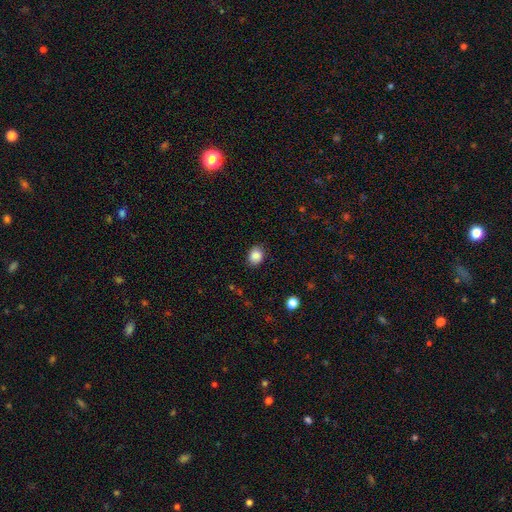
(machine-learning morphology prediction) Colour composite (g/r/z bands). It shows a smooth galaxy with no disk features (87%) that is in between round and cigar-shaped (54%). Merging: none (84%).